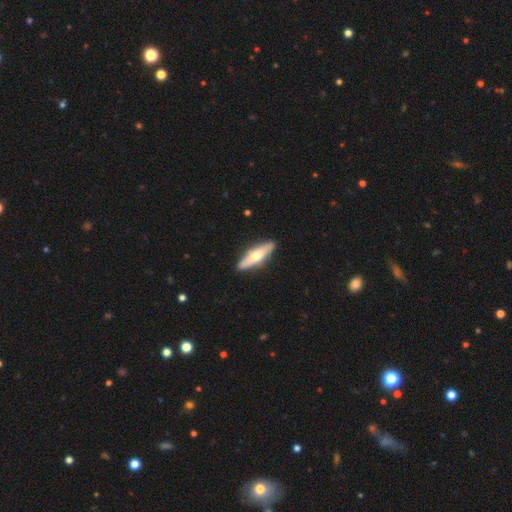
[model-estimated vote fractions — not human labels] smooth-or-featured: featured or disk: 48% | smooth: 47% | star or artifact: 5%
  merging: none: 89% | minor disturbance: 8% | major disturbance: 2% | merger: 1%